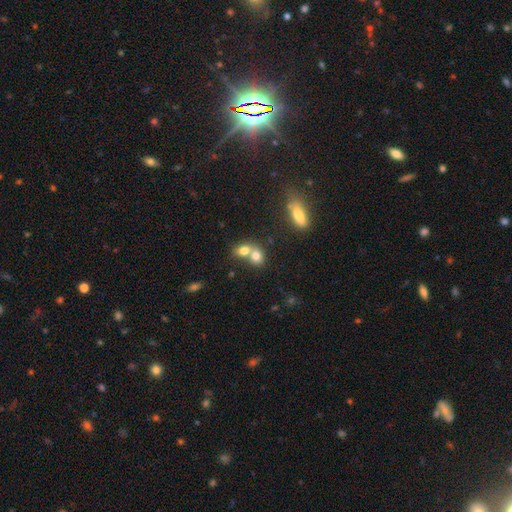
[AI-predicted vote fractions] Smooth or featured: smooth — 75% (featured or disk — 15%)
How rounded: round — 52% (in between — 47%)
Merging: merger — 68% (none — 24%)